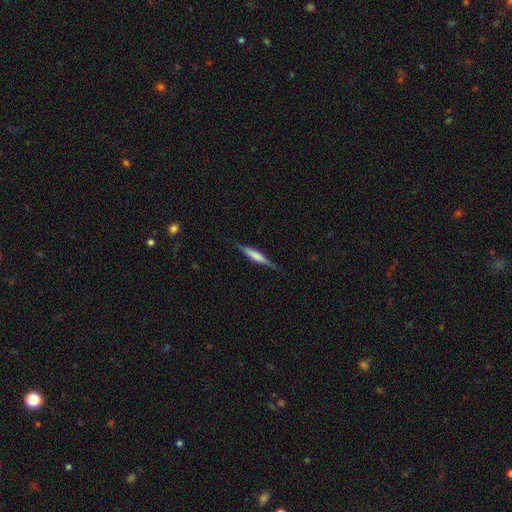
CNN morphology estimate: A featured or disk galaxy (50%).

Vote fractions:
- Smooth or featured? featured or disk: 50% / smooth: 44% / star or artifact: 6%
- Merging? none: 85% / minor disturbance: 11% / major disturbance: 3% / merger: 1%